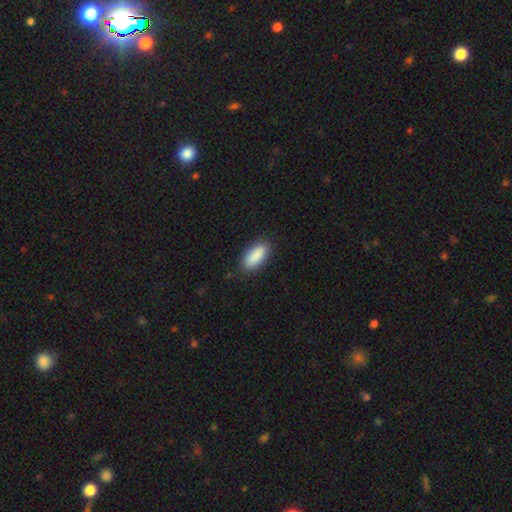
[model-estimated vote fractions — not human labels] smooth-or-featured: smooth: 89% | star or artifact: 6% | featured or disk: 5%
  how-rounded: in between: 82% | cigar-shaped: 16% | round: 2%
  merging: none: 87% | minor disturbance: 10% | major disturbance: 2% | merger: 1%